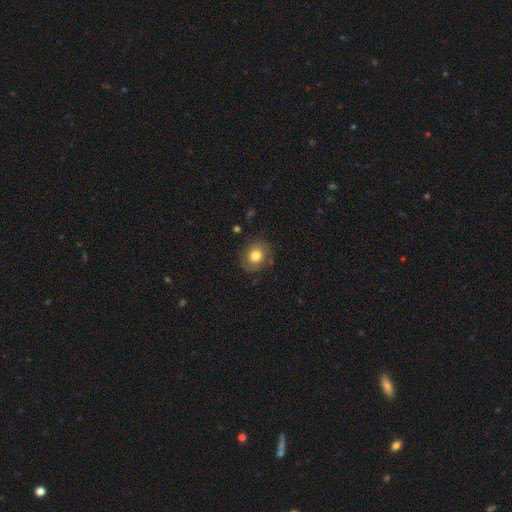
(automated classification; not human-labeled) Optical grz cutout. It shows a smooth galaxy with no disk features (71%) that is round (70%). Merging: none (81%).